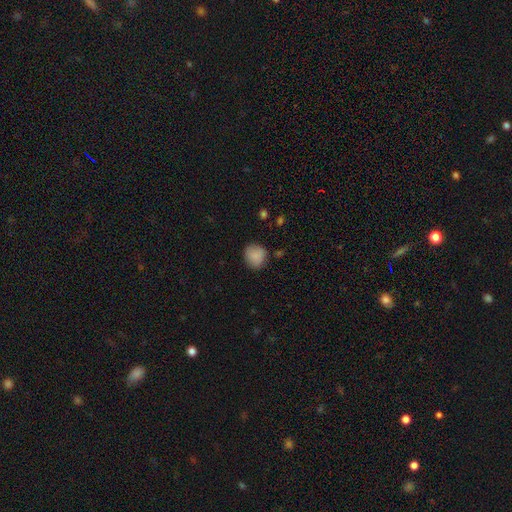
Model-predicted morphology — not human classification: A smooth galaxy with no disk features (86%) that is round (81%). Merging: none (77%).